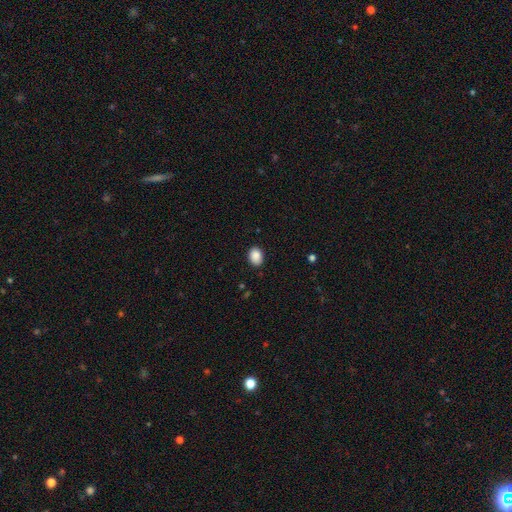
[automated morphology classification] Smooth or featured? Predicted: smooth (p=0.89). How rounded? Predicted: in between (p=0.71). Merging? Predicted: none (p=0.86).